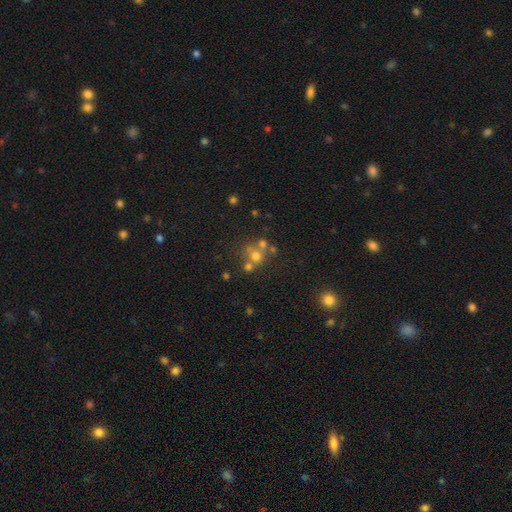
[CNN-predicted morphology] This is possibly a smooth galaxy (57%). How rounded: likely round (78%). Merging: marginally none (44%).